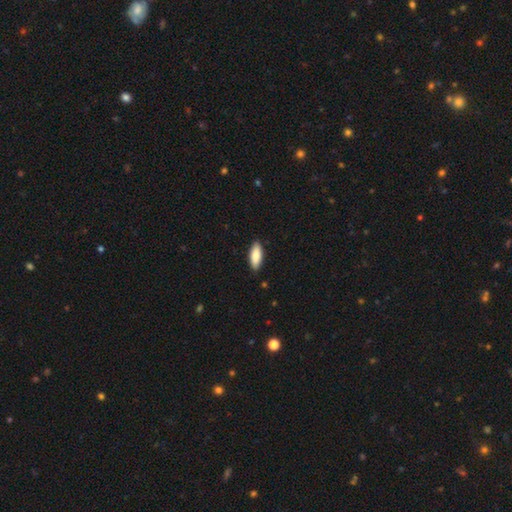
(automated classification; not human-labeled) smooth 85%, featured or disk 9%, star or artifact 5%. Down the decision tree: how rounded — in between (73%); merging — none (88%).